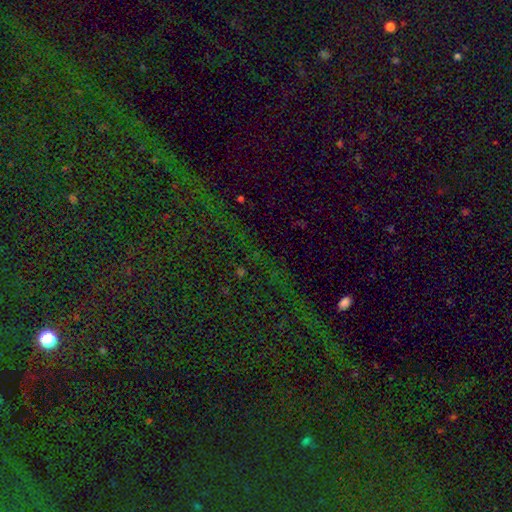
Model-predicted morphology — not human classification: type=star or artifact (80%).